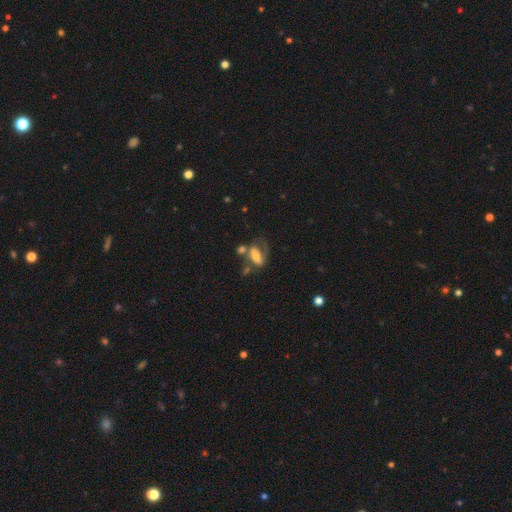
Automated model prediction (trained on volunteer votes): Smooth or featured?
  - smooth: 46% *
  - featured or disk: 44%
  - star or artifact: 9%
Merging?
  - none: 31% *
  - merger: 26%
  - major disturbance: 26%
  - minor disturbance: 18%